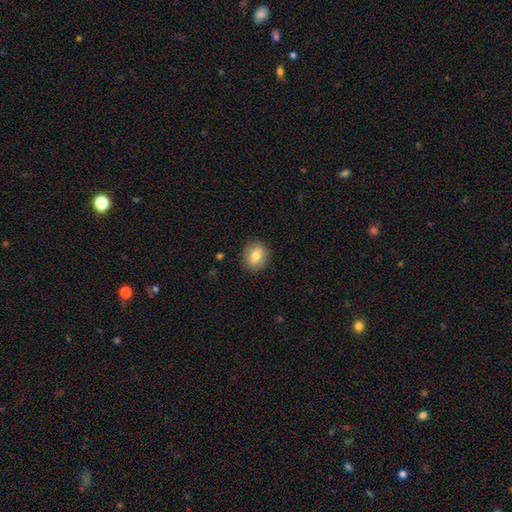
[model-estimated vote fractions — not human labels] Morphology: type=smooth (78%); roundness=round (66%); merging=none (89%).